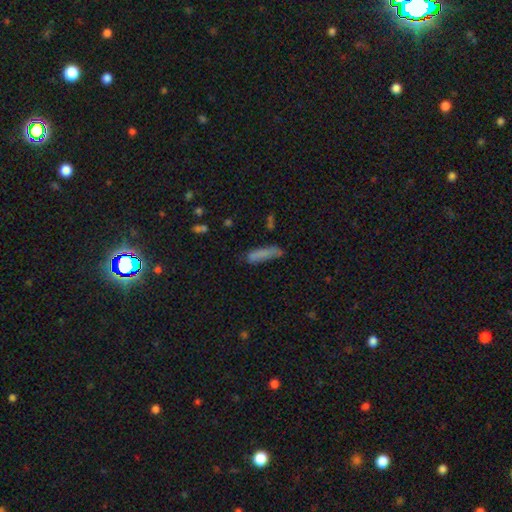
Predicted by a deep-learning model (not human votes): smooth 74%, featured or disk 13%, star or artifact 12%. Down the decision tree: how rounded — cigar-shaped (78%); merging — none (68%).